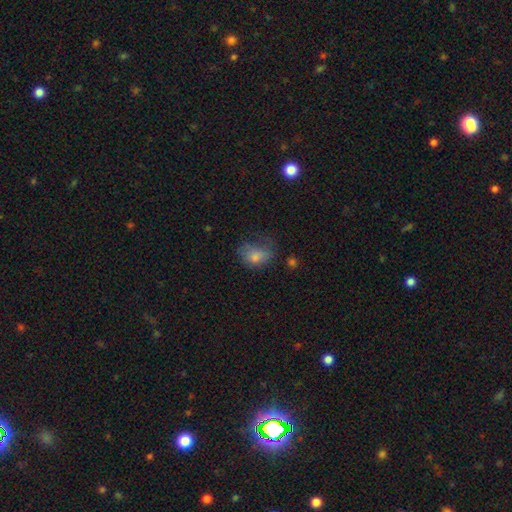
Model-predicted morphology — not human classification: This appears to be a smooth galaxy with no disk features (74%) that is in between round and cigar-shaped (69%). Merging: none (34%).